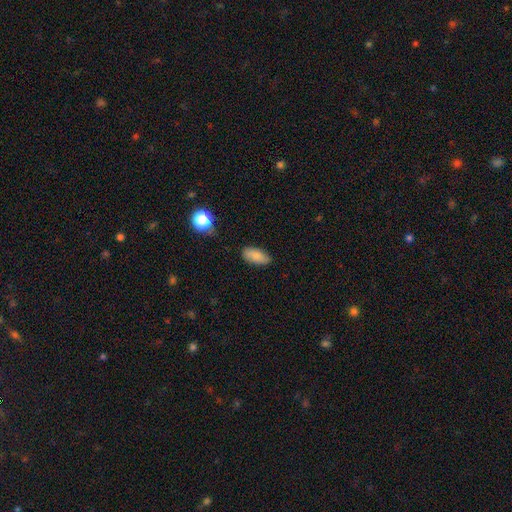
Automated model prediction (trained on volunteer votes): A smooth galaxy with no disk features (83%) that is in between round and cigar-shaped (90%). Merging: none (81%).